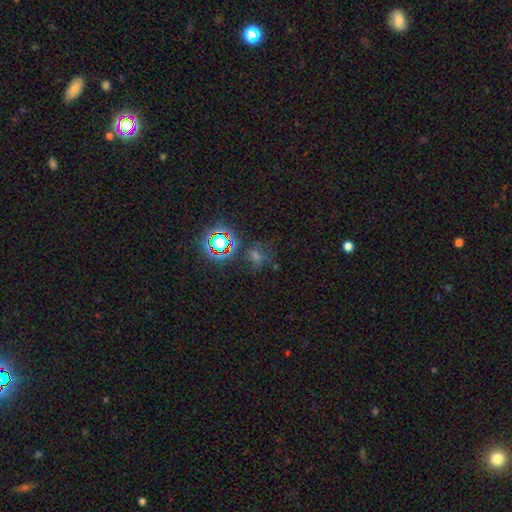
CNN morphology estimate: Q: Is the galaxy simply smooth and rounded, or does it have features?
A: star or artifact — 60%.